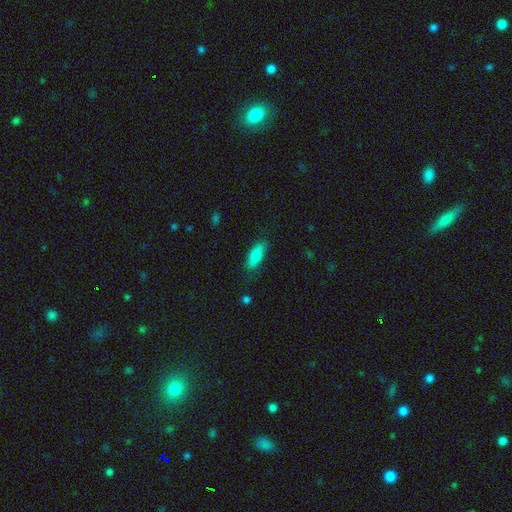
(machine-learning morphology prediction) Overall: smooth (77%). How rounded: in between (68%; cigar-shaped 29%). Merging: none (82%).